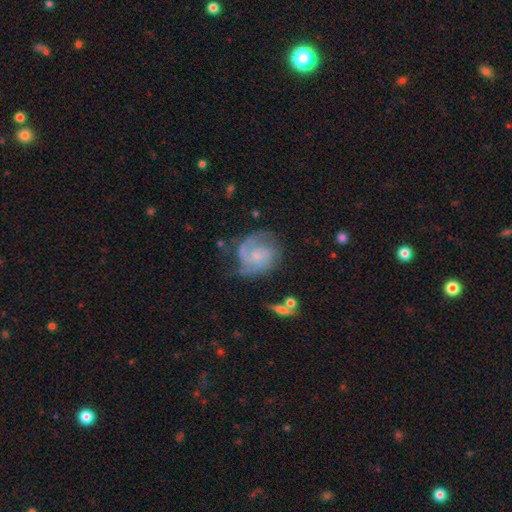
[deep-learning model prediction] Q: Smooth or featured?
A: featured or disk (79%); runner-up: smooth (15%)
Q: Edge-on disk?
A: no (98%); runner-up: yes (2%)
Q: Bar?
A: no (65%); runner-up: weak (30%)
Q: Spiral arms?
A: yes (93%); runner-up: no (7%)
Q: Spiral winding?
A: tight (44%); runner-up: medium (43%)
Q: Spiral arm count?
A: 2 (53%); runner-up: can't tell (18%)
Q: Bulge size?
A: small (56%); runner-up: moderate (25%)
Q: Merging?
A: none (58%); runner-up: minor disturbance (23%)